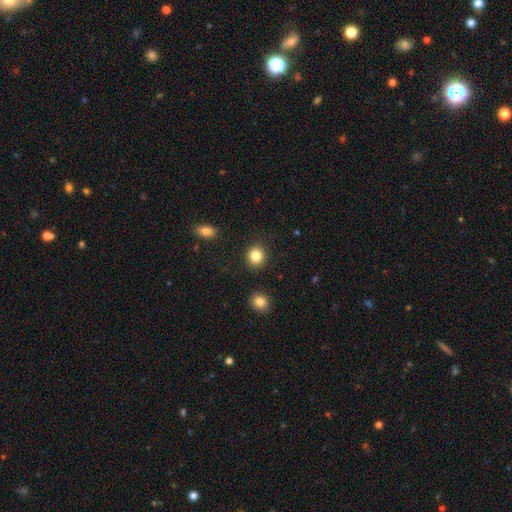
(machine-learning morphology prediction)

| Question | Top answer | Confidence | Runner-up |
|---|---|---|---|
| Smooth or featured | smooth | 85% | star or artifact (10%) |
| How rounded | round | 84% | in between (15%) |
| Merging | none | 89% | minor disturbance (7%) |